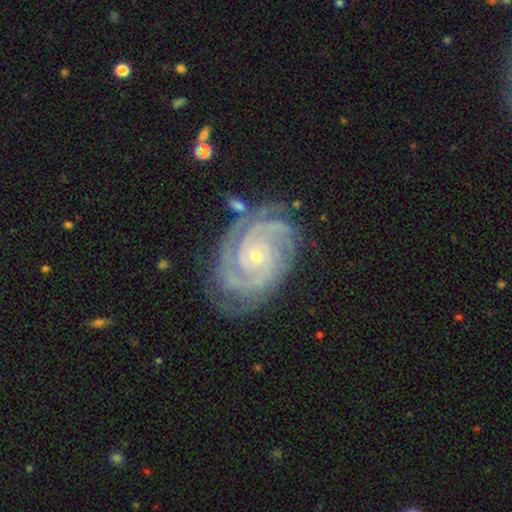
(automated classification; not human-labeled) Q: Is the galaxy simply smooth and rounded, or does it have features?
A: featured or disk — 92%.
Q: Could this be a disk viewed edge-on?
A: no — 97%.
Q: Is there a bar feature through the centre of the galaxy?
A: no — 75%.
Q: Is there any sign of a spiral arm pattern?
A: yes — 99%.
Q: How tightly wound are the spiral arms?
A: tight — 79%.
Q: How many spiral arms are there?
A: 3 — 32%.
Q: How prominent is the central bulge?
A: small — 80%.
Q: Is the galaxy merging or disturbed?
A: none — 74%.